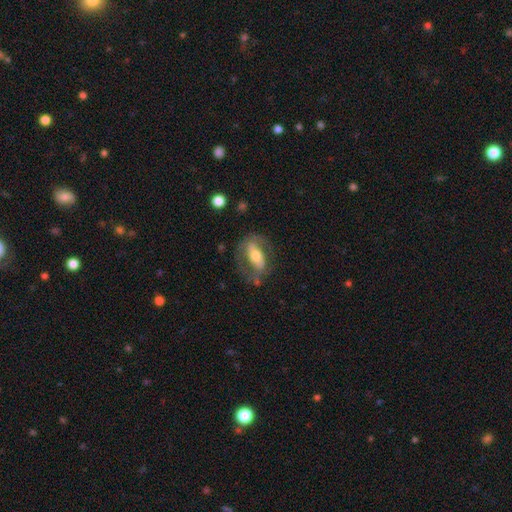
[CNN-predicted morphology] The model was most divided on "smooth or featured": featured or disk: 58%, smooth: 35%, star or artifact: 7%. More confident: edge-on disk — no (85%); merging — none (61%).